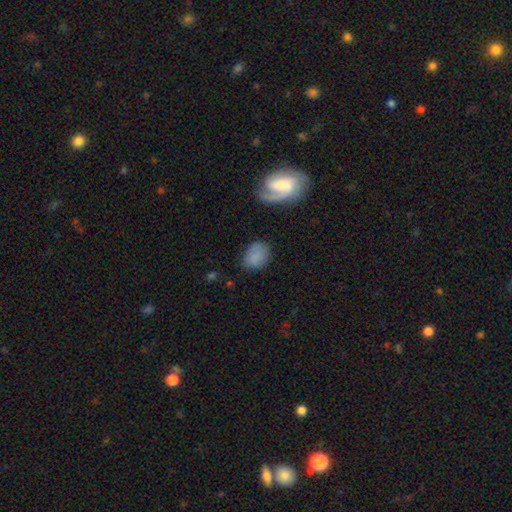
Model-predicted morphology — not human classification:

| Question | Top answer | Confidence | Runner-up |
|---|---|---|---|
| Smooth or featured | smooth | 80% | featured or disk (11%) |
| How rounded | in between | 72% | round (27%) |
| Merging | none | 72% | minor disturbance (19%) |